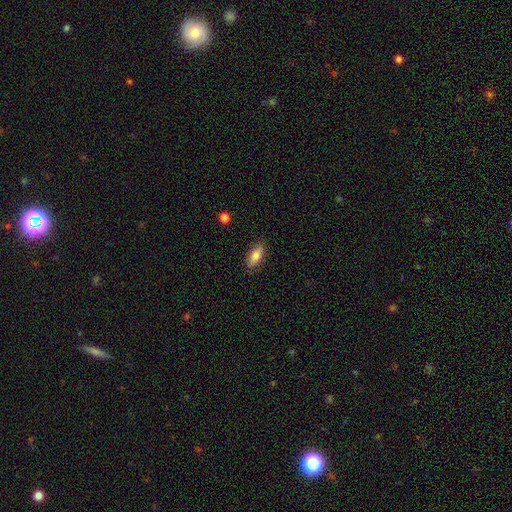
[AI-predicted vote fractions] A smooth galaxy with no disk features (80%) that is in between round and cigar-shaped (81%). Merging: none (85%).